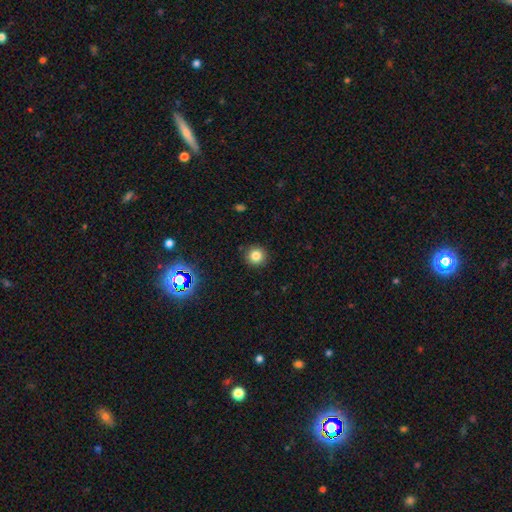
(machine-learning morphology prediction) Q: Smooth or featured?
A: smooth (80%); runner-up: star or artifact (14%)
Q: How rounded?
A: round (94%); runner-up: in between (5%)
Q: Merging?
A: none (91%); runner-up: minor disturbance (6%)